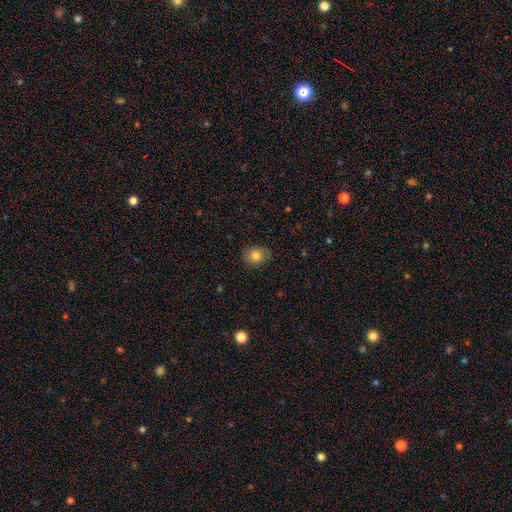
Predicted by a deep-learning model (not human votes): A smooth galaxy with no disk features (82%) that is round (64%).

Vote fractions:
- Smooth or featured? smooth: 82% / star or artifact: 10% / featured or disk: 8%
- How rounded? round: 64% / in between: 35% / cigar-shaped: 1%
- Merging? none: 81% / minor disturbance: 15% / major disturbance: 3% / merger: 1%